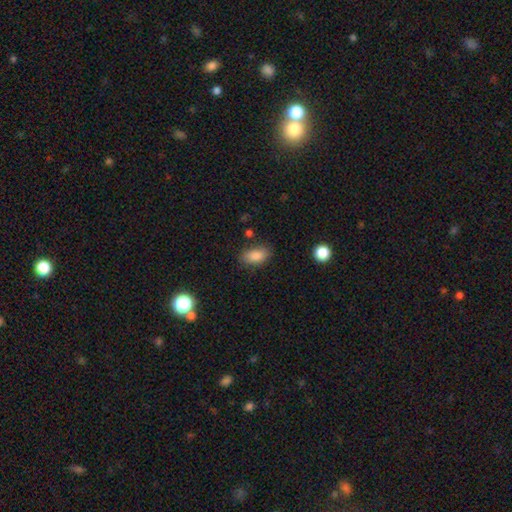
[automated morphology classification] Smooth or featured? smooth (86%)
How rounded? in between (89%)
Merging? none (81%)